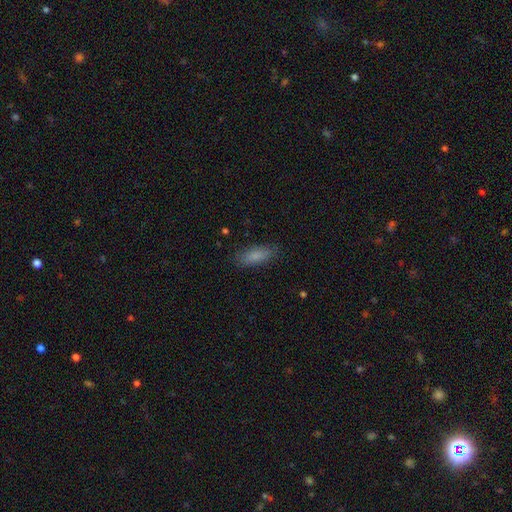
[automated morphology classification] A smooth galaxy with no disk features (84%) that is in between round and cigar-shaped (68%). Merging: none (83%).